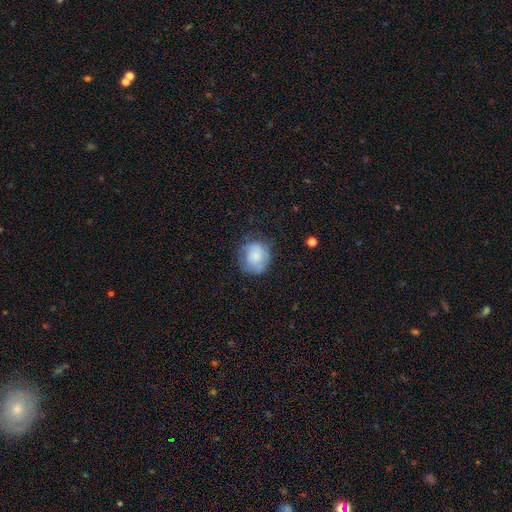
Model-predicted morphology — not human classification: Smooth or featured: smooth — 75% (featured or disk — 17%)
How rounded: round — 77% (in between — 22%)
Merging: none — 62% (minor disturbance — 25%)